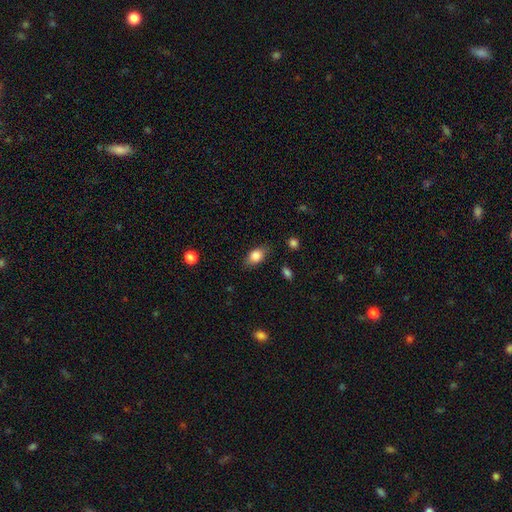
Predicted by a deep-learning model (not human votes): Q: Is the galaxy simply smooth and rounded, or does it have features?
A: smooth — 82%.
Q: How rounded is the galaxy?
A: in between — 81%.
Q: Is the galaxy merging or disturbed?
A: none — 80%.